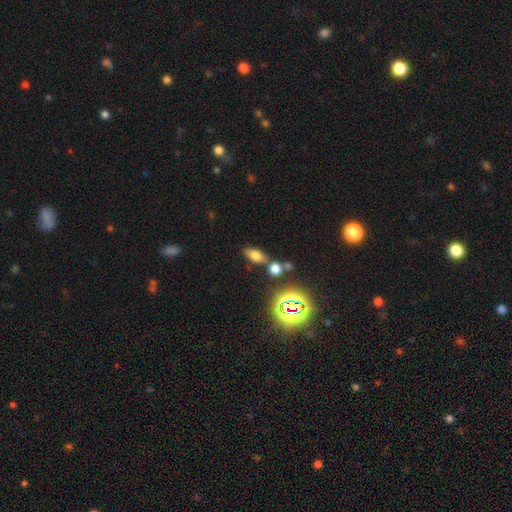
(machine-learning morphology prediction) smooth_or_featured: smooth (p=0.61) [alt: star or artifact p=0.23]
how_rounded: in between (p=0.77) [alt: round p=0.13]
merging: none (p=0.66) [alt: merger p=0.18]